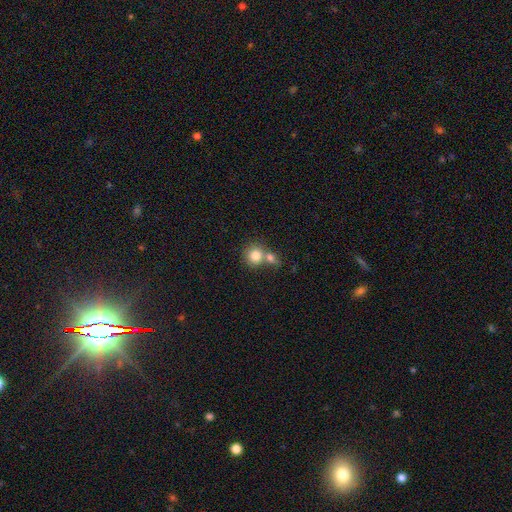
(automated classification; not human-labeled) smooth-or-featured: smooth: 80% | featured or disk: 11% | star or artifact: 9%
  how-rounded: round: 84% | in between: 15% | cigar-shaped: 1%
  merging: merger: 50% | none: 39% | minor disturbance: 8% | major disturbance: 3%